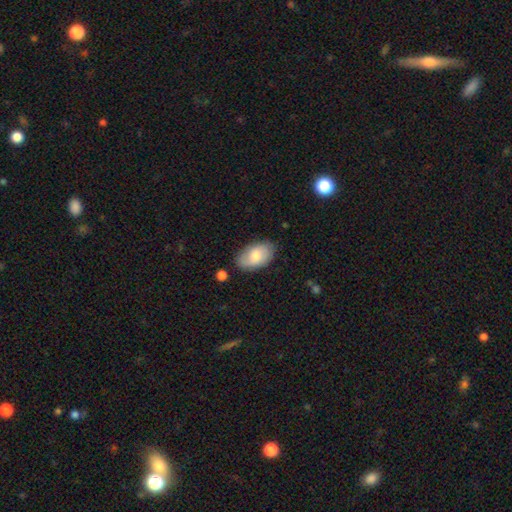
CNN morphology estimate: A smooth galaxy with no disk features (72%) that is in between round and cigar-shaped (93%). Merging: none (79%).